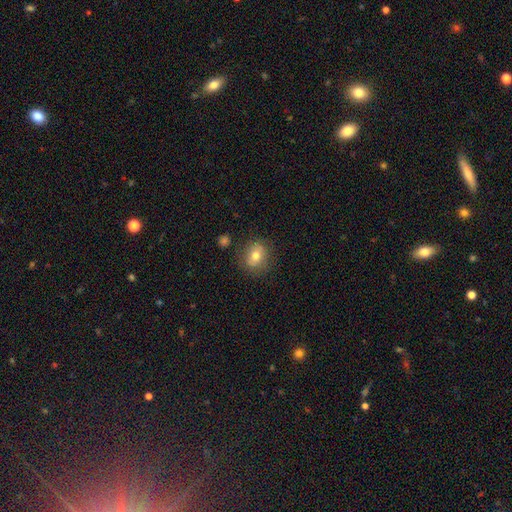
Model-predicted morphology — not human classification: smooth-or-featured: smooth: 71% | featured or disk: 20% | star or artifact: 10%
  how-rounded: round: 70% | in between: 29% | cigar-shaped: 1%
  merging: none: 79% | minor disturbance: 14% | major disturbance: 4% | merger: 3%